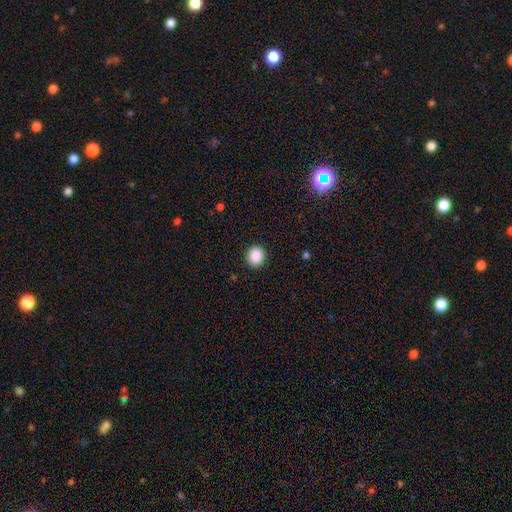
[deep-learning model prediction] Morphology: type=smooth (89%); roundness=round (74%); merging=none (90%).